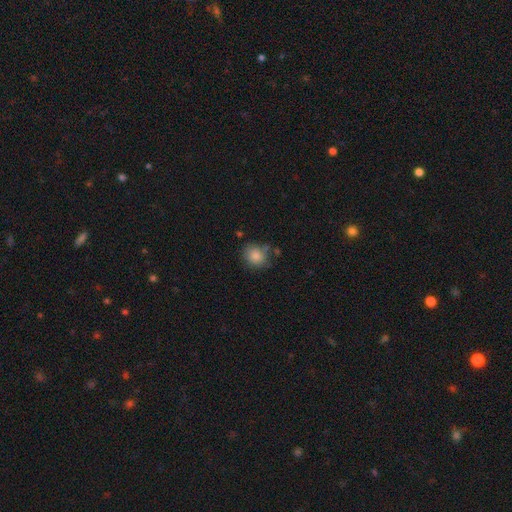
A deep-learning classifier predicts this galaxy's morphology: Smooth or featured? Predicted: smooth (p=0.85). How rounded? Predicted: round (p=0.68). Merging? Predicted: none (p=0.72).